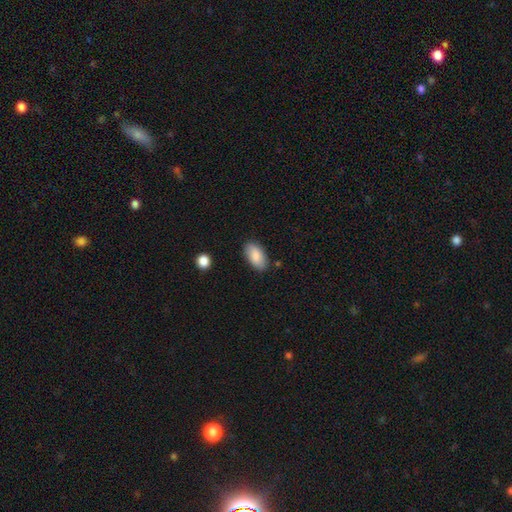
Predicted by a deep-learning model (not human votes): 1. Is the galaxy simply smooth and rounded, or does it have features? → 86% smooth, 7% featured or disk, 6% star or artifact.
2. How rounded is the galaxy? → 94% in between, 3% cigar-shaped, 3% round.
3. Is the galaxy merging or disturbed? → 84% none, 11% minor disturbance, 2% major disturbance, 2% merger.